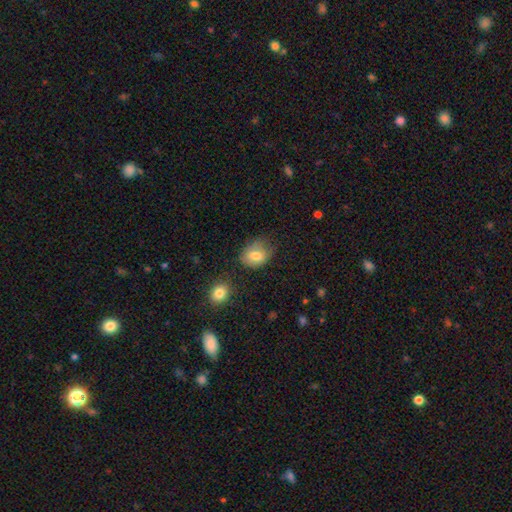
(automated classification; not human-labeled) smooth_or_featured: smooth (p=0.79) [alt: featured or disk p=0.13]
how_rounded: in between (p=0.57) [alt: round p=0.42]
merging: none (p=0.55) [alt: minor disturbance p=0.32]